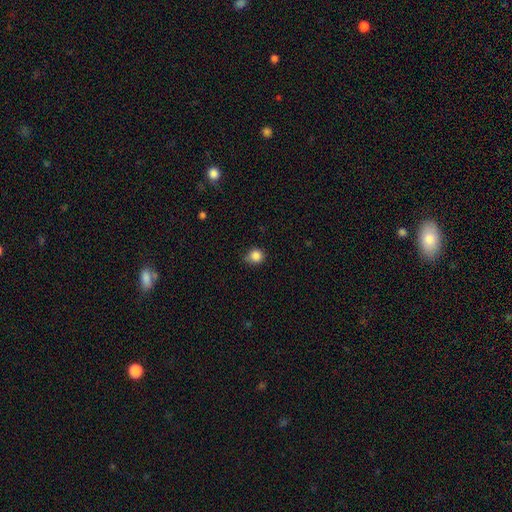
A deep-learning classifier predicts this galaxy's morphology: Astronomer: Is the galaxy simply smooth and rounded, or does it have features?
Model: smooth — 85%.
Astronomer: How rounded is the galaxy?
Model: round — 87%.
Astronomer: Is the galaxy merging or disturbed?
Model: none — 72%.